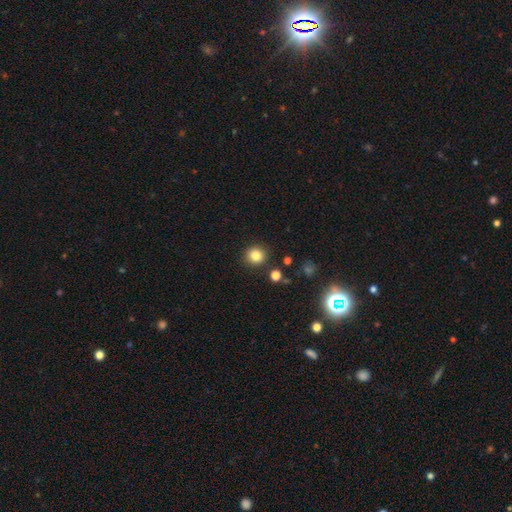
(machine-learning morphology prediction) Smooth or featured?
  - smooth: 83% *
  - star or artifact: 12%
  - featured or disk: 5%
How rounded?
  - round: 90% *
  - in between: 9%
  - cigar-shaped: 1%
Merging?
  - none: 89% *
  - minor disturbance: 6%
  - merger: 3%
  - major disturbance: 2%